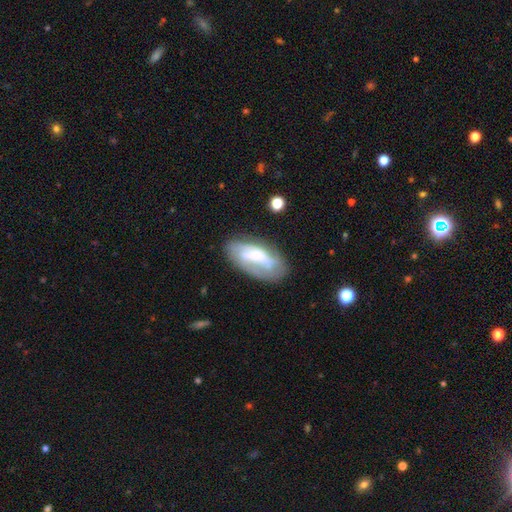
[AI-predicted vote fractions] This is possibly a featured or disk galaxy (52%). It is clearly not viewed edge-on (88%). Merging: likely none (60%).